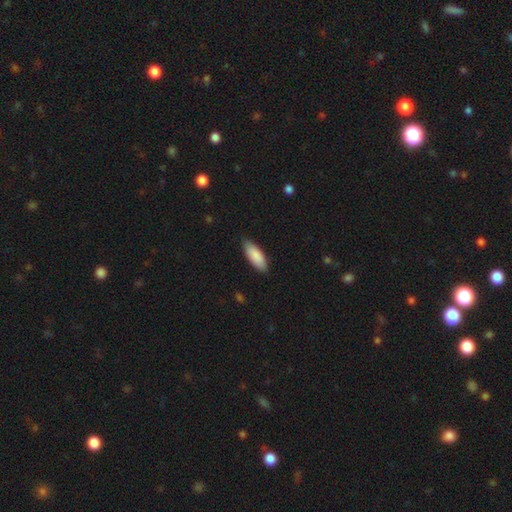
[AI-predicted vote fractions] Smooth or featured? smooth (88%)
How rounded? in between (75%)
Merging? none (84%)